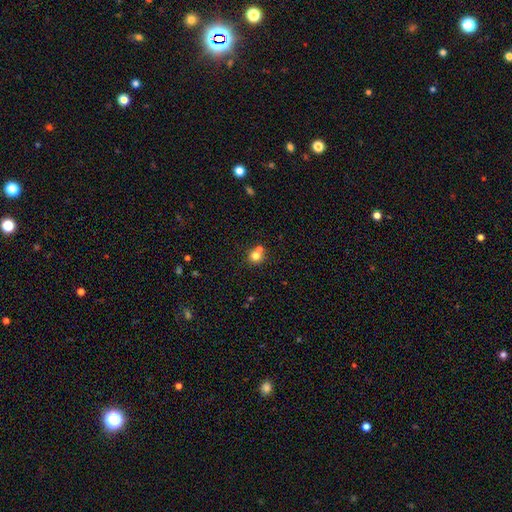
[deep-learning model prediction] This appears to be a smooth galaxy with no disk features (76%) that is round (87%). Merging: none (52%).